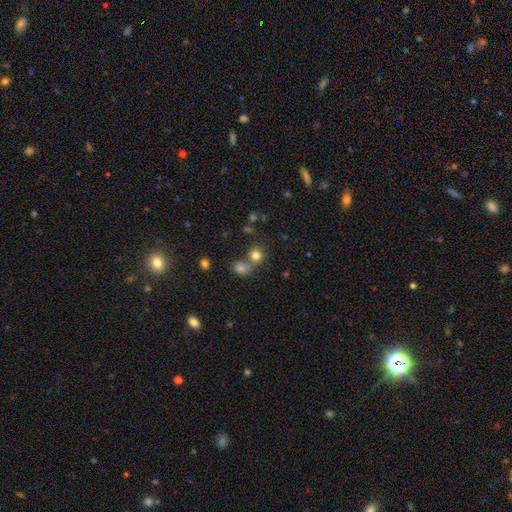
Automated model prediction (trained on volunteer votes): Smooth or featured? Predicted: smooth (p=0.80). How rounded? Predicted: round (p=0.80). Merging? Predicted: none (p=0.58).